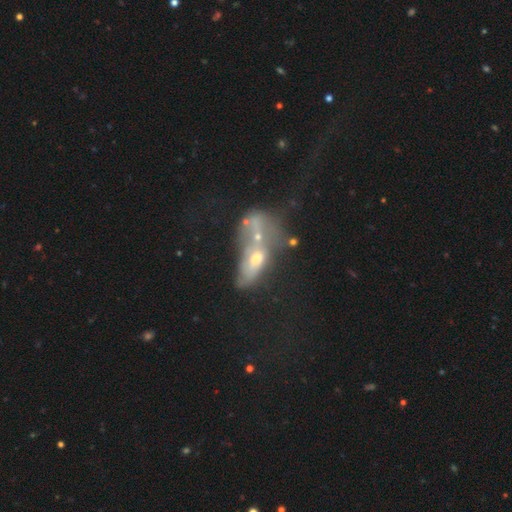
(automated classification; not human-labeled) Q: Smooth or featured?
A: featured or disk (51%); runner-up: smooth (33%)
Q: Edge-on disk?
A: no (84%); runner-up: yes (16%)
Q: Merging?
A: merger (62%); runner-up: major disturbance (19%)